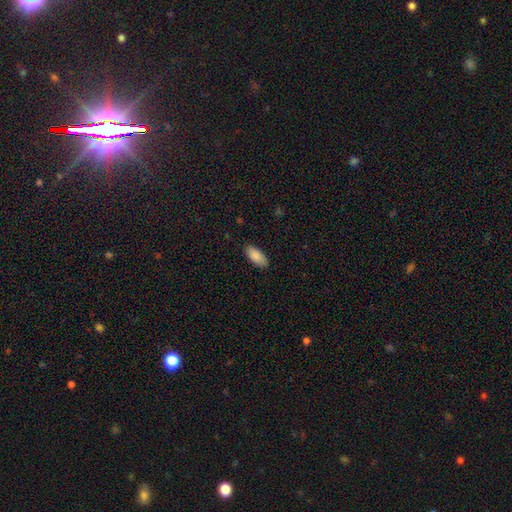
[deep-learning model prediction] Smooth or featured? smooth (89%)
How rounded? in between (88%)
Merging? none (86%)